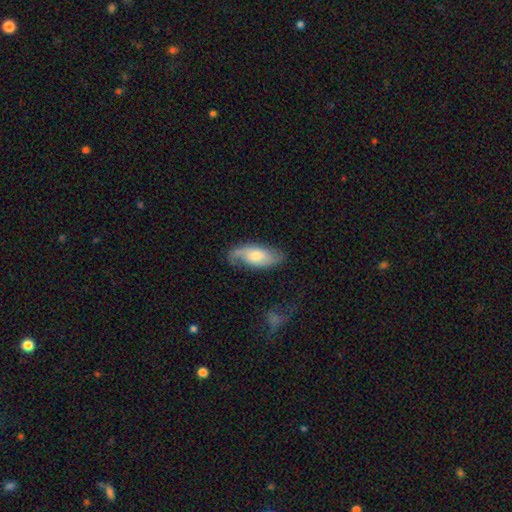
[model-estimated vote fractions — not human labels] A featured or disk galaxy (56%). Merging: none (62%).